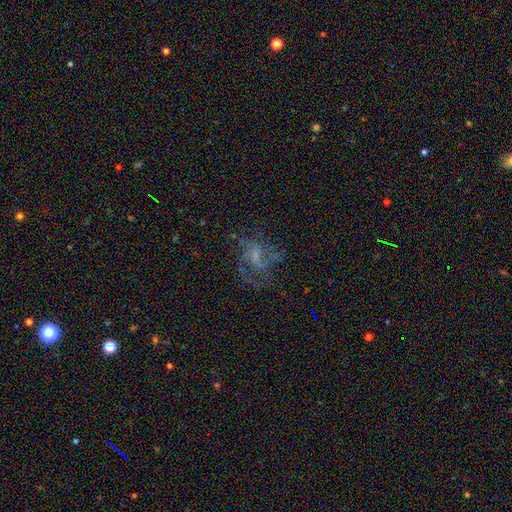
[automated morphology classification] The model was most divided on "spiral arm count" (2-way tie): 2: 27%, can't tell: 27%, 3: 25%, 4: 8%, 1: 8%, more than 4: 5%. Remaining: edge-on disk — no (97%); spiral arms — yes (81%); smooth or featured — featured or disk (70%); merging — none (50%); bar — no (46%); bulge size — small (43%); spiral winding — medium (43%).